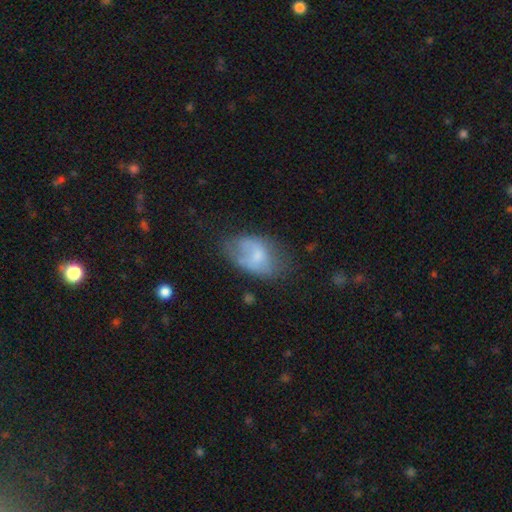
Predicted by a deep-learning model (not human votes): Overall: smooth (58%; featured or disk 33%). How rounded: in between (89%). Merging: none (40%; minor disturbance 32%).